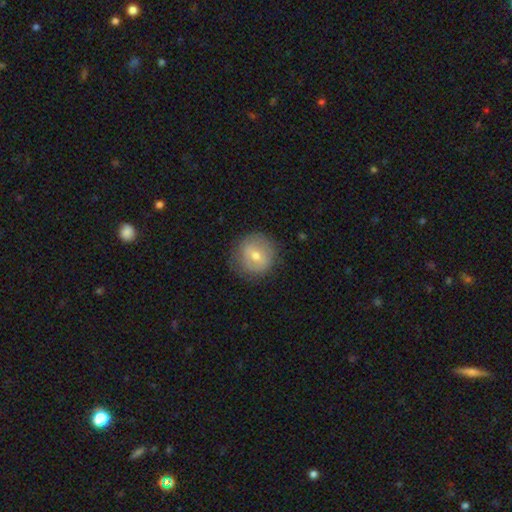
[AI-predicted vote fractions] smooth 56%, featured or disk 36%, star or artifact 8%. Down the decision tree: how rounded — round (90%); merging — none (79%).